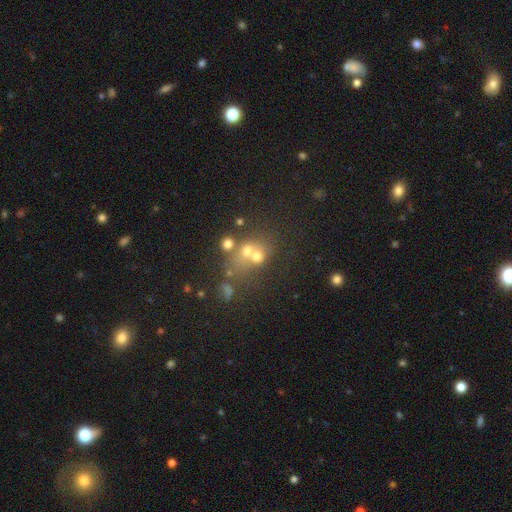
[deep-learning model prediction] Smooth or featured?
  - smooth: 42% *
  - star or artifact: 39%
  - featured or disk: 19%
Merging?
  - none: 47% *
  - merger: 36%
  - minor disturbance: 10%
  - major disturbance: 7%